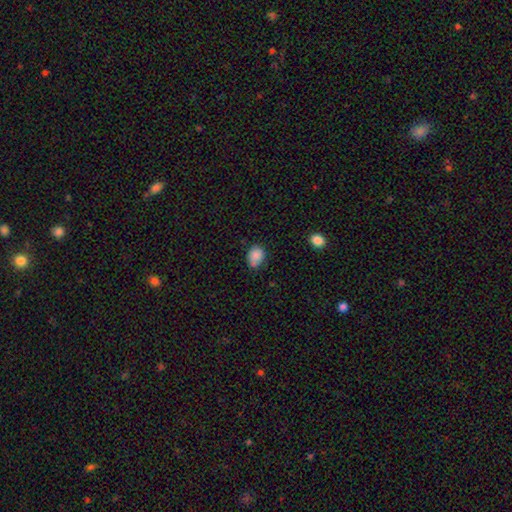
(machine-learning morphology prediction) The model was most divided on "how rounded": in between: 51%, round: 48%, cigar-shaped: 1%. More confident: smooth or featured — smooth (85%); merging — none (63%).